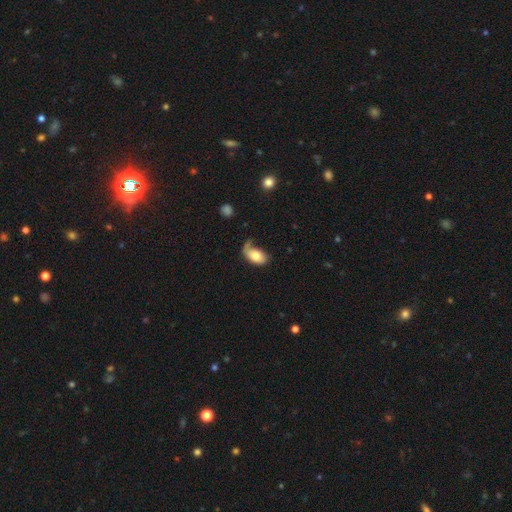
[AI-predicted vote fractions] smooth_or_featured: smooth (p=0.67) [alt: featured or disk p=0.27]
how_rounded: in between (p=0.89) [alt: round p=0.09]
merging: none (p=0.35) [alt: major disturbance p=0.30]